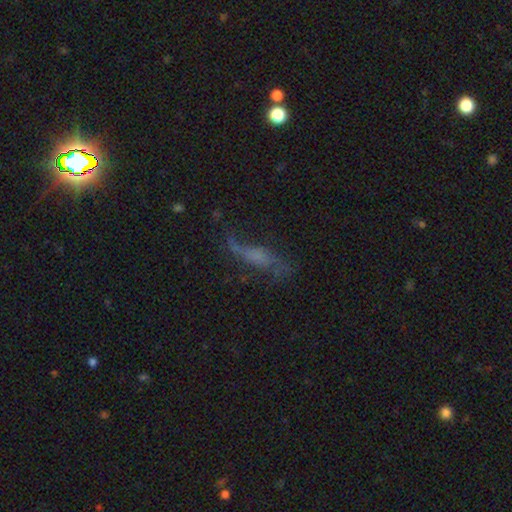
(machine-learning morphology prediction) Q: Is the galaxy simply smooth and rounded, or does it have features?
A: featured or disk — 53%.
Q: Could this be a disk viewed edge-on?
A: no — 68%.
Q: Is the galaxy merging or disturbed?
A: none — 50%.